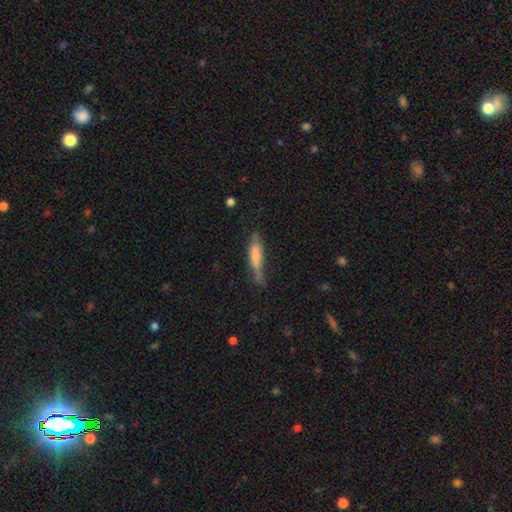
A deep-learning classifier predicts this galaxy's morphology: This is likely a smooth galaxy (70%). How rounded: likely cigar-shaped (74%). Merging: possibly none (50%).